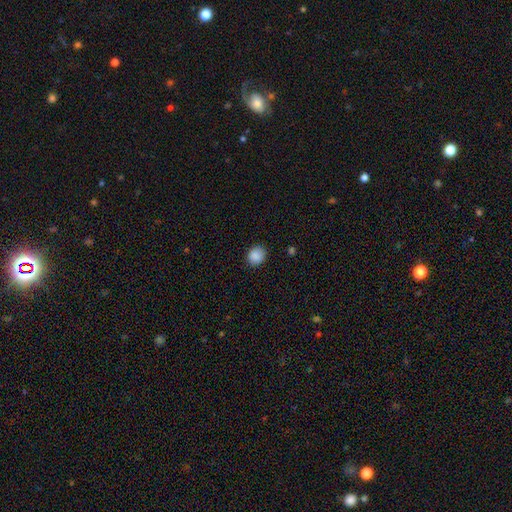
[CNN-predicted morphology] A smooth galaxy with no disk features (89%) that is round (71%). Merging: none (86%).